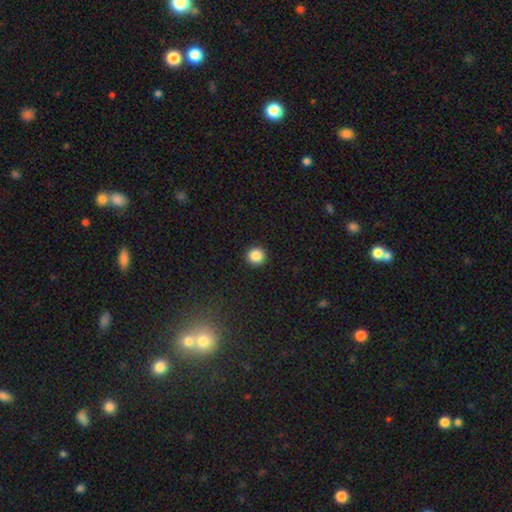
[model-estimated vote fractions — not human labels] Overall: smooth (87%). How rounded: round (95%). Merging: none (94%).